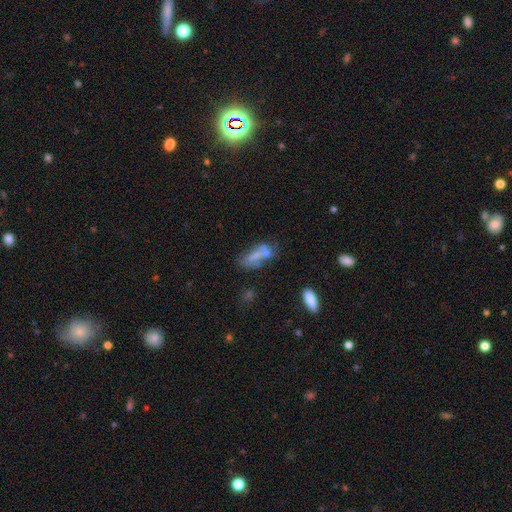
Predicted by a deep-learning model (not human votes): Smooth or featured?
  - smooth: 54% *
  - featured or disk: 34%
  - star or artifact: 12%
How rounded?
  - in between: 65% *
  - cigar-shaped: 32%
  - round: 4%
Merging?
  - none: 36% *
  - merger: 26%
  - minor disturbance: 21%
  - major disturbance: 17%